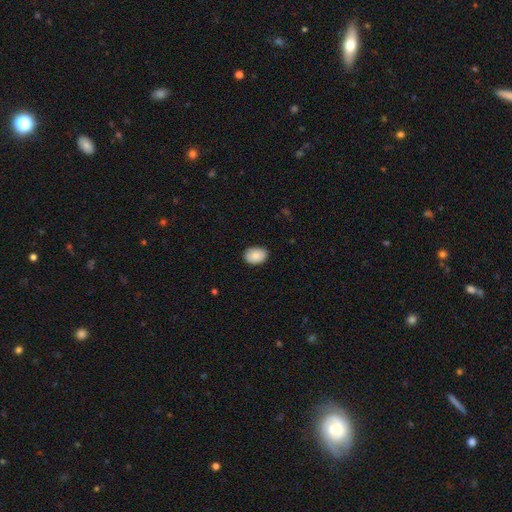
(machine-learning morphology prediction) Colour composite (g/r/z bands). It shows a smooth galaxy with no disk features (88%) that is in between round and cigar-shaped (78%). Merging: none (84%).